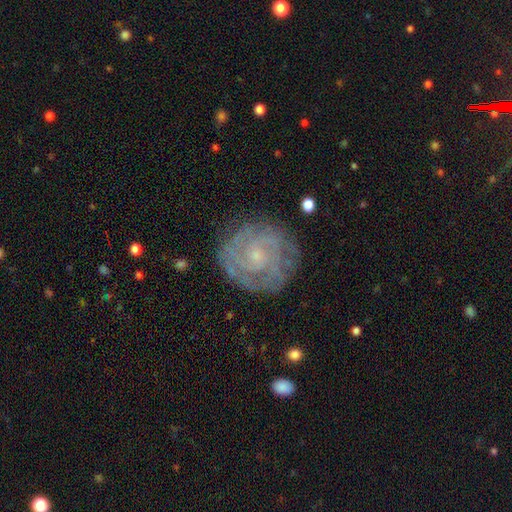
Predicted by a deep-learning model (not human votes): Smooth or featured? Predicted: featured or disk (p=0.81). Edge-on disk? Predicted: no (p=0.98). Bar? Predicted: no (p=0.74). Spiral arms? Predicted: yes (p=0.94). Spiral winding? Predicted: tight (p=0.76). Spiral arm count? Predicted: can't tell (p=0.31). Bulge size? Predicted: small (p=0.76). Merging? Predicted: none (p=0.80).